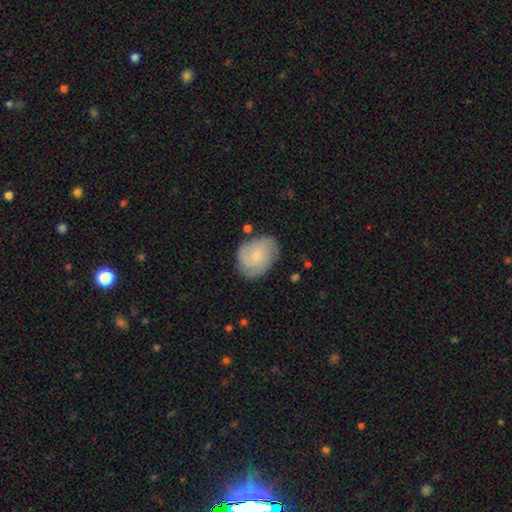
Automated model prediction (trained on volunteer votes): smooth_or_featured: featured or disk (p=0.47) [alt: smooth p=0.46]
merging: none (p=0.70) [alt: minor disturbance p=0.22]